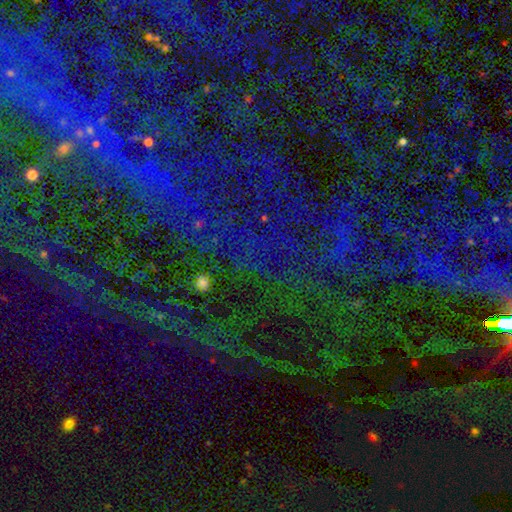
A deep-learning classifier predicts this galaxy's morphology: Smooth or featured?
  - star or artifact: 78% *
  - smooth: 12%
  - featured or disk: 10%